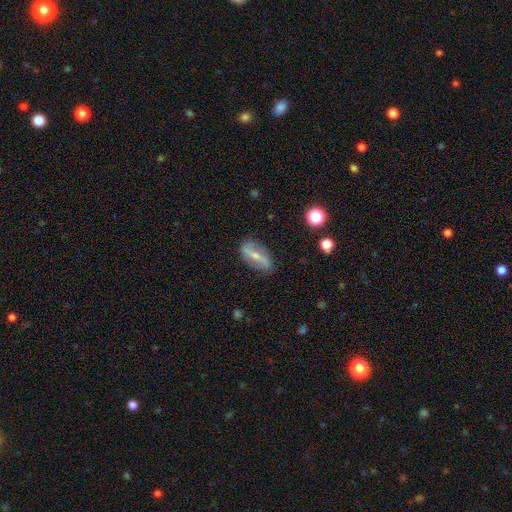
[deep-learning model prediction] This is likely a featured or disk galaxy (73%). It is clearly not viewed edge-on (86%). Bar: likely strong (65%). Spiral arm pattern: likely yes (73%). Central bulge: possibly small (54%). Merging: clearly none (84%).